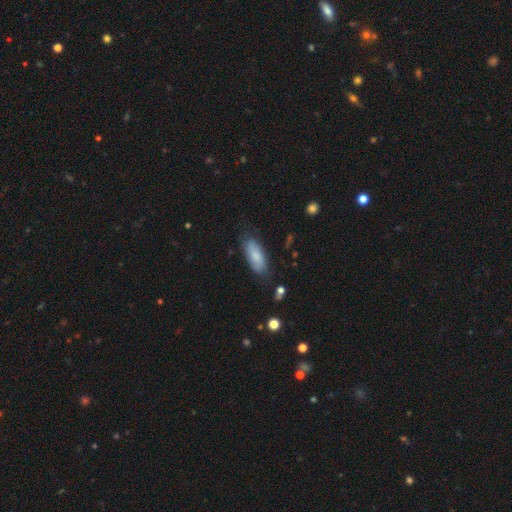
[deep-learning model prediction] The model was most divided on "merging": none: 73%, minor disturbance: 20%, major disturbance: 5%, merger: 2%. More confident: how rounded — in between (77%); smooth or featured — smooth (75%).